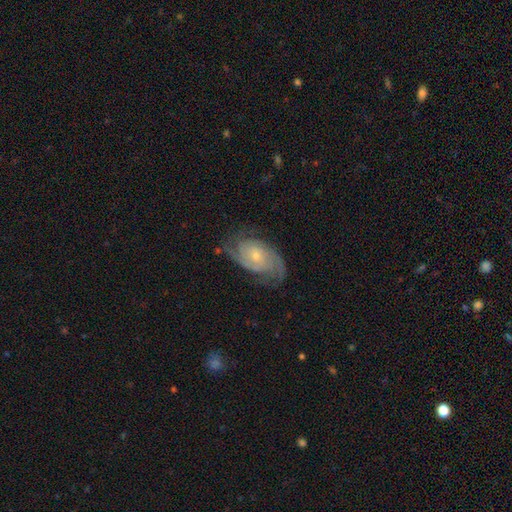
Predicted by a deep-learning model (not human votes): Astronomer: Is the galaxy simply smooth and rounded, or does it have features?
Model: featured or disk — 82%.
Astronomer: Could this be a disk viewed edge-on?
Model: no — 96%.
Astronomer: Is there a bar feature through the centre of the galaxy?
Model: no — 72%.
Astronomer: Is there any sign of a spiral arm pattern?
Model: yes — 95%.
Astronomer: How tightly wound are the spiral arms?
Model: tight — 50% (runner-up: medium, 38%).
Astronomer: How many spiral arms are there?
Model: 2 — 58%.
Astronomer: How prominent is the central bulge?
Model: small — 61%.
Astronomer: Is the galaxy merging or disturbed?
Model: none — 69%.